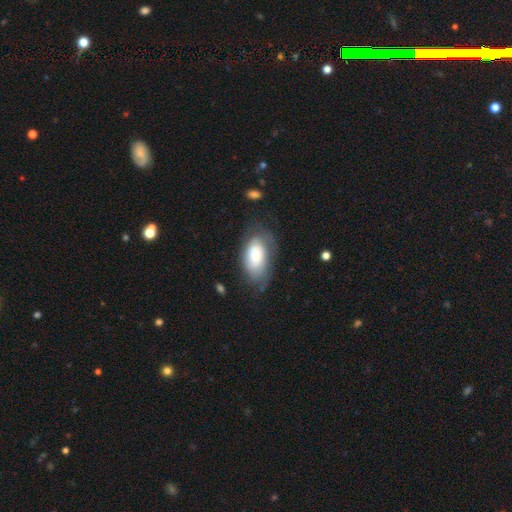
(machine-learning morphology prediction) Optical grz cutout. It shows a smooth galaxy with no disk features (61%) that is in between round and cigar-shaped (93%). Merging: none (60%).